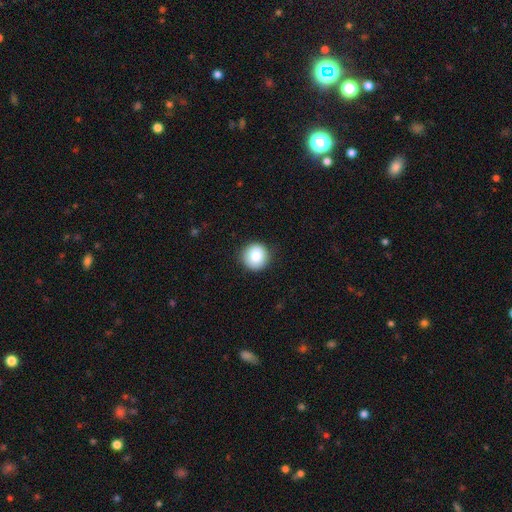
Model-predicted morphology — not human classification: A smooth galaxy with no disk features (87%) that is round (94%). Merging: none (89%).